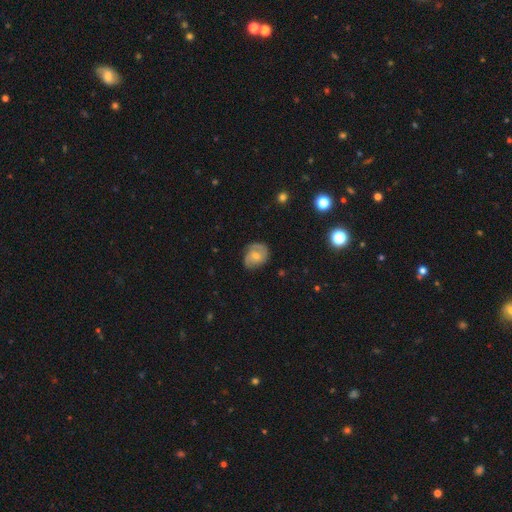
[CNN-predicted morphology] featured or disk 52%, smooth 40%, star or artifact 8%. Down the decision tree: edge-on disk — no (97%); bar — no (65%); spiral arms — yes (81%); bulge size — small (51%); merging — none (67%).